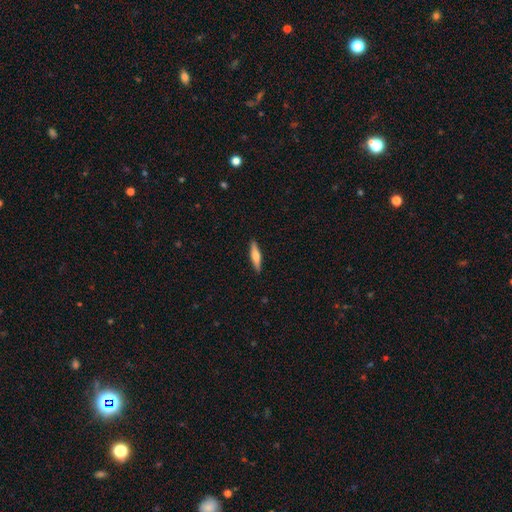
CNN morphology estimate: This is possibly a smooth galaxy (54%). How rounded: likely cigar-shaped (79%). Merging: clearly none (90%).